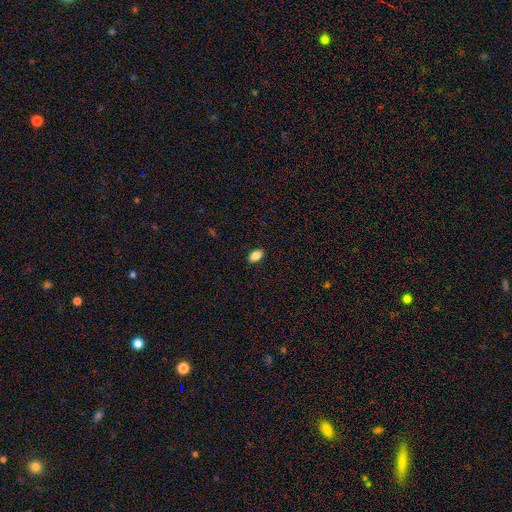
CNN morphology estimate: This appears to be a smooth galaxy with no disk features (86%) that is in between round and cigar-shaped (89%). Merging: none (89%).